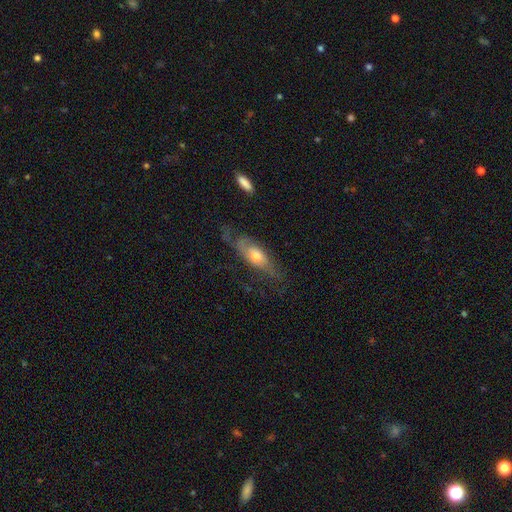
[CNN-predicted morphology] smooth_or_featured: featured or disk (p=0.56) [alt: smooth p=0.37]
disk_edge_on: no (p=0.62) [alt: yes p=0.38]
merging: none (p=0.52) [alt: minor disturbance p=0.27]